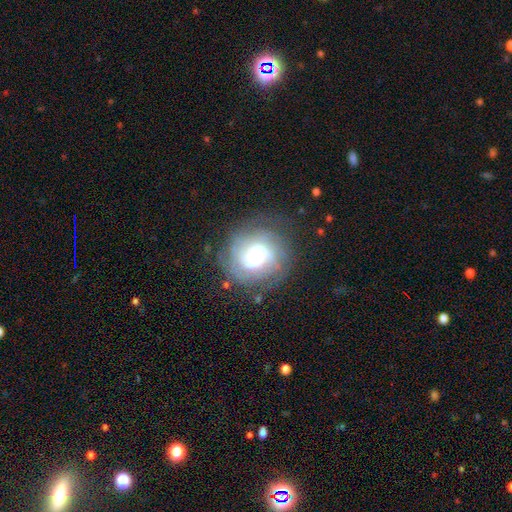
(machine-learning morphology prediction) smooth_or_featured: featured or disk (p=0.71) [alt: smooth p=0.20]
disk_edge_on: no (p=0.98) [alt: yes p=0.02]
bar: no (p=0.66) [alt: weak p=0.27]
has_spiral_arms: yes (p=0.91) [alt: no p=0.09]
spiral_winding: tight (p=0.58) [alt: medium p=0.32]
spiral_arm_count: 2 (p=0.35) [alt: can't tell p=0.31]
bulge_size: moderate (p=0.39) [alt: large p=0.32]
merging: none (p=0.74) [alt: minor disturbance p=0.15]